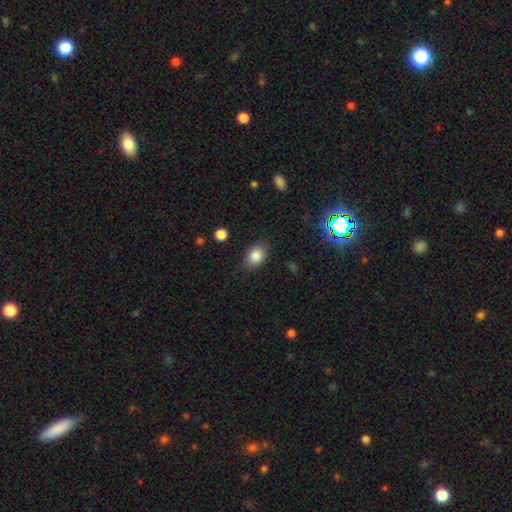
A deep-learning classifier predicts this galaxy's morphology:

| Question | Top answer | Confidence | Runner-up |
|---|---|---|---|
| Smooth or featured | smooth | 85% | star or artifact (9%) |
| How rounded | in between | 80% | round (19%) |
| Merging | none | 83% | minor disturbance (12%) |